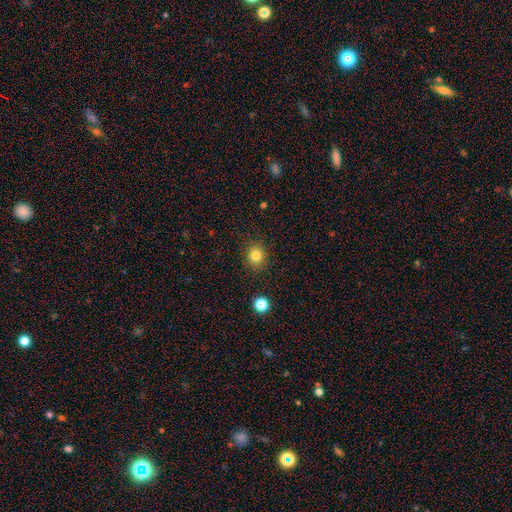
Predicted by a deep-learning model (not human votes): Smooth or featured? Predicted: smooth (p=0.81). How rounded? Predicted: round (p=0.86). Merging? Predicted: none (p=0.89).